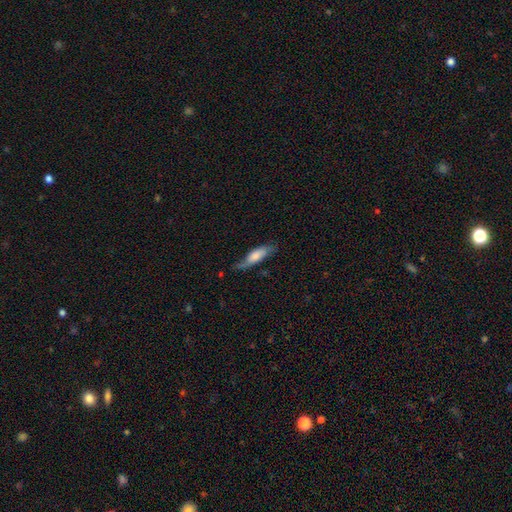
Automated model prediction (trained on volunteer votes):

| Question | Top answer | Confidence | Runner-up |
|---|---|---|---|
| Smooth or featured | smooth | 61% | featured or disk (32%) |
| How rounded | in between | 50% | cigar-shaped (48%) |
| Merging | none | 56% | minor disturbance (31%) |